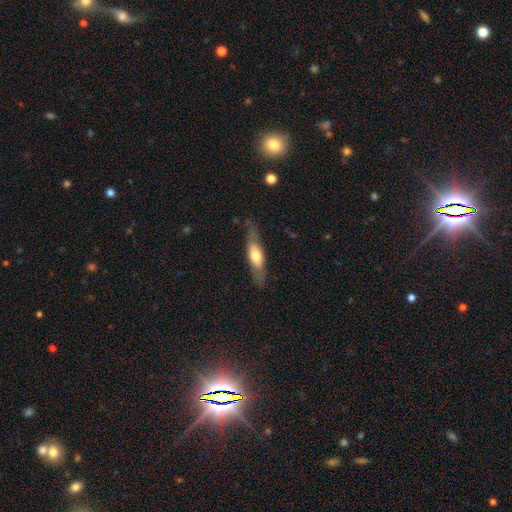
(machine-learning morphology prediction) Q: Smooth or featured?
A: smooth (50%); runner-up: featured or disk (44%)
Q: How rounded?
A: cigar-shaped (59%); runner-up: in between (38%)
Q: Merging?
A: none (76%); runner-up: minor disturbance (17%)